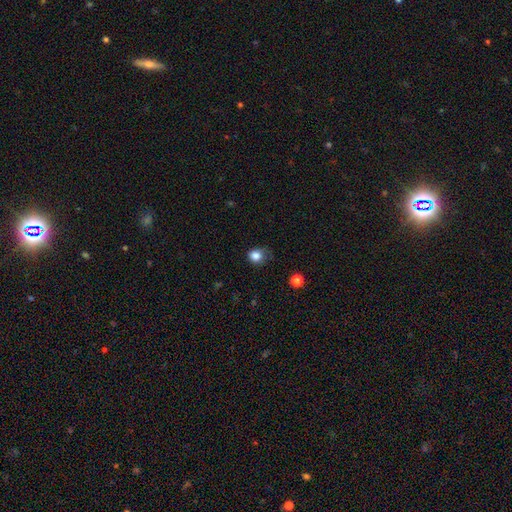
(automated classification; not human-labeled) smooth-or-featured: smooth: 84% | star or artifact: 11% | featured or disk: 6%
  how-rounded: round: 77% | in between: 22% | cigar-shaped: 1%
  merging: none: 56% | minor disturbance: 31% | major disturbance: 12% | merger: 2%